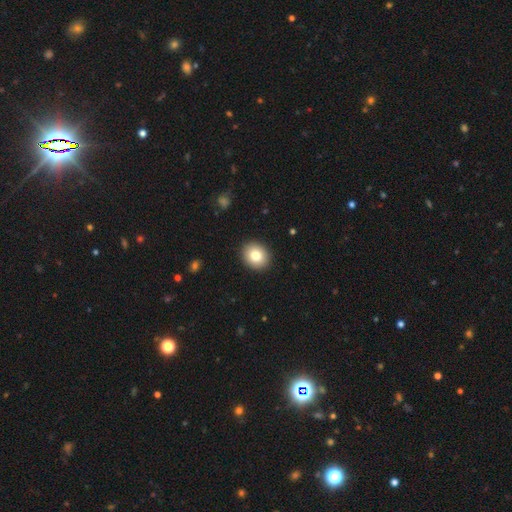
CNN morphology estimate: Smooth or featured? smooth (81%)
How rounded? round (65%)
Merging? none (91%)